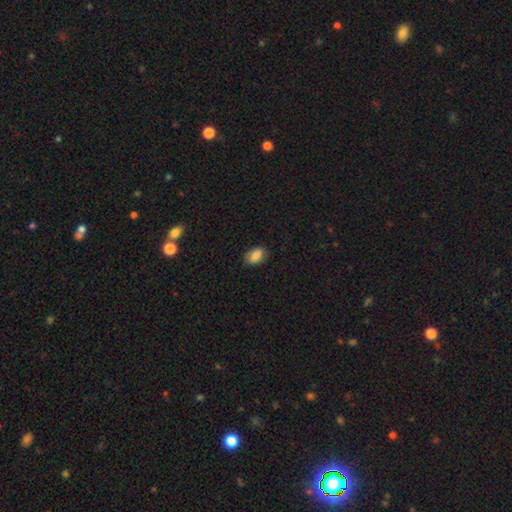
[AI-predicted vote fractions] Morphology: type=smooth (83%); roundness=in between (89%); merging=none (81%).